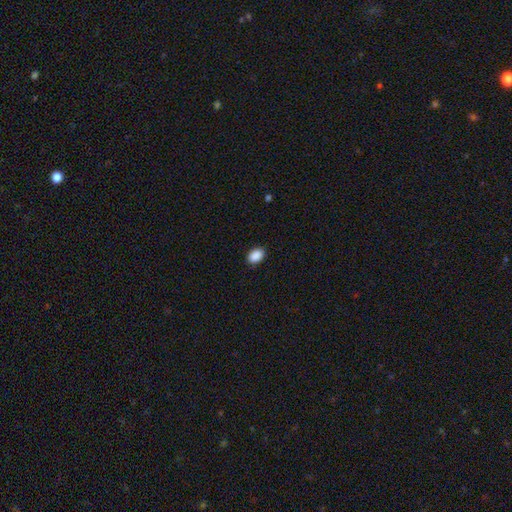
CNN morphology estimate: A smooth galaxy with no disk features (90%) that is in between round and cigar-shaped (85%).

Vote fractions:
- Smooth or featured? smooth: 90% / star or artifact: 8% / featured or disk: 2%
- How rounded? in between: 85% / round: 13% / cigar-shaped: 1%
- Merging? none: 88% / minor disturbance: 9% / major disturbance: 2% / merger: 1%